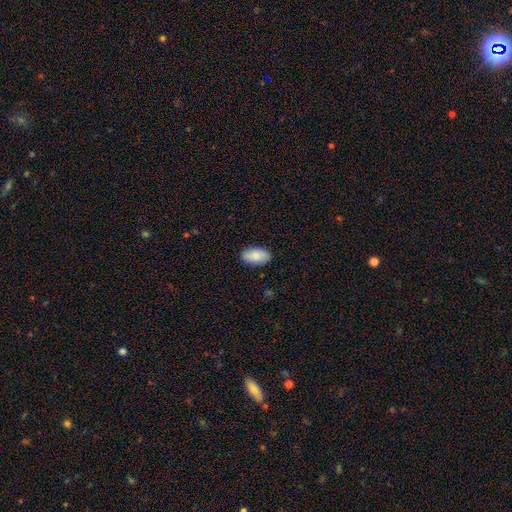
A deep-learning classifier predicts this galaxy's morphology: A smooth galaxy with no disk features (86%) that is in between round and cigar-shaped (95%). Merging: none (89%).